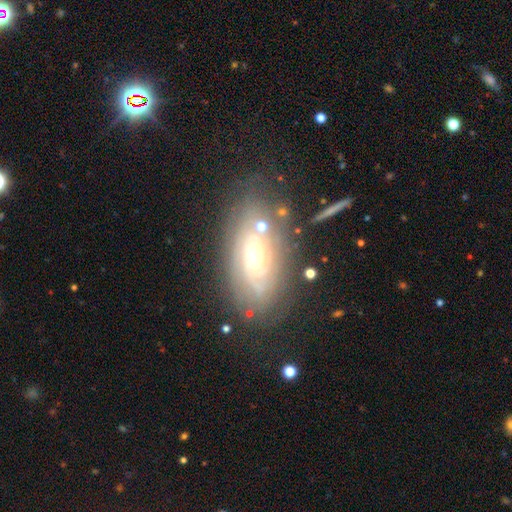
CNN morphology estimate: Smooth or featured? Predicted: featured or disk (p=0.70). Edge-on disk? Predicted: no (p=0.90). Bar? Predicted: no (p=0.78). Spiral arms? Predicted: yes (p=0.76). Bulge size? Predicted: moderate (p=0.66). Merging? Predicted: none (p=0.68).